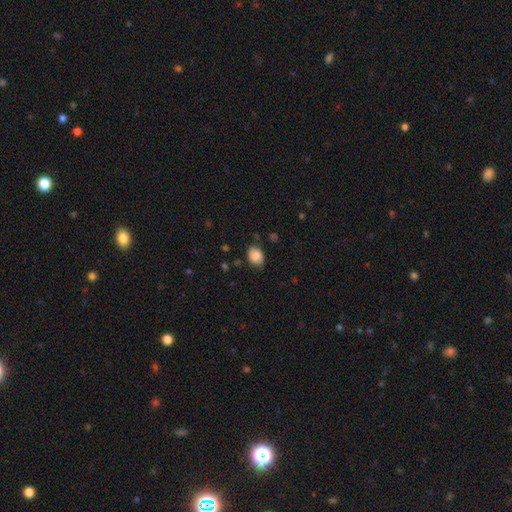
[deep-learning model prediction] This appears to be a smooth galaxy with no disk features (84%) that is in between round and cigar-shaped (65%). Merging: none (72%).